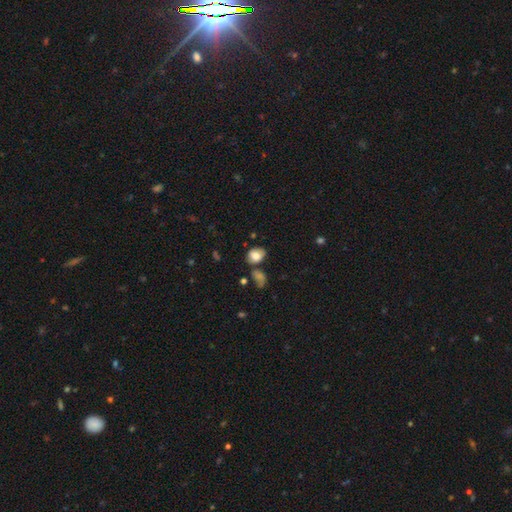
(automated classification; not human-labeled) The model was most divided on "how rounded": in between: 63%, round: 36%, cigar-shaped: 1%. More confident: smooth or featured — smooth (80%); merging — none (60%).